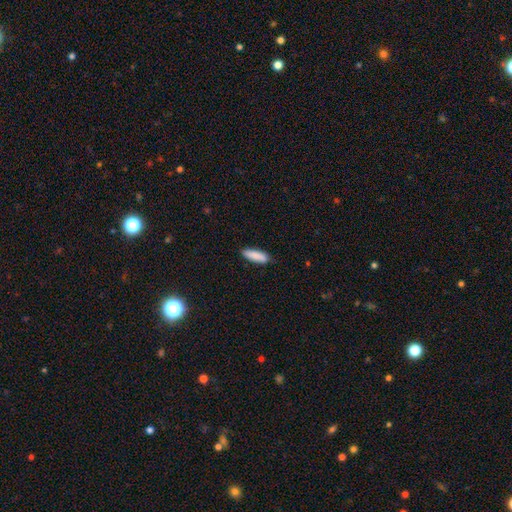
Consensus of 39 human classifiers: Smooth or featured: smooth — 95% (star or artifact — 5%)
How rounded: cigar-shaped — 51% (in between — 46%)
Merging: none — 81% (minor disturbance — 19%)